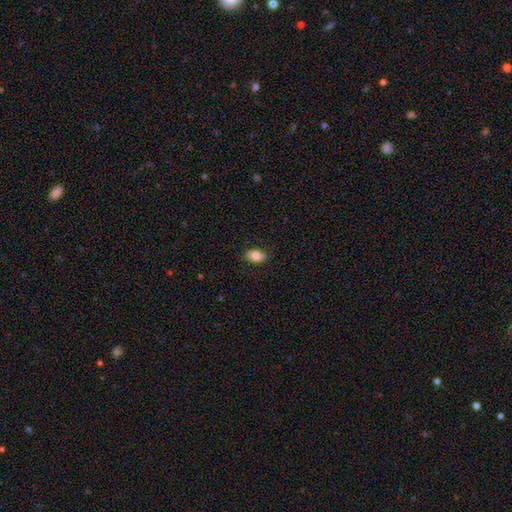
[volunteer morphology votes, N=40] Smooth or featured?
  - smooth: 95% *
  - featured or disk: 5%
  - star or artifact: 0%
How rounded?
  - in between: 82% *
  - round: 18%
  - cigar-shaped: 0%
Merging?
  - none: 90% *
  - minor disturbance: 8%
  - major disturbance: 2%
  - merger: 0%